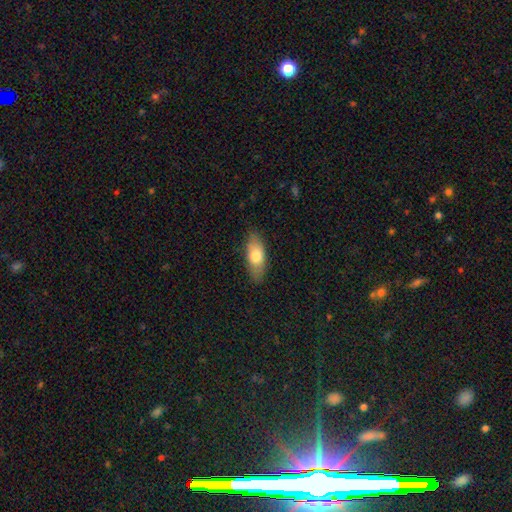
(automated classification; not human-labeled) A smooth galaxy with no disk features (72%) that is in between round and cigar-shaped (79%). Merging: none (83%).